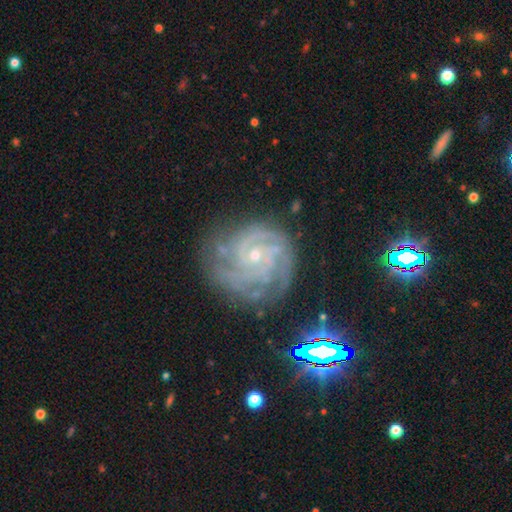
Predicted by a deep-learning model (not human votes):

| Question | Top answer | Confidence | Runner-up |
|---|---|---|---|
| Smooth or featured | featured or disk | 87% | star or artifact (8%) |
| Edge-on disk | no | 98% | yes (2%) |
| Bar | no | 73% | weak (22%) |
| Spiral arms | yes | 98% | no (2%) |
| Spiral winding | tight | 68% | medium (28%) |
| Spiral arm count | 3 | 31% | 4 (21%) |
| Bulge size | small | 78% | moderate (19%) |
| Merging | none | 70% | minor disturbance (20%) |